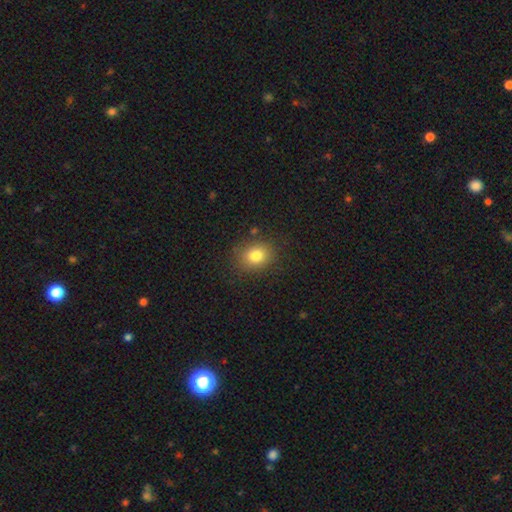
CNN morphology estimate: type=smooth (81%); roundness=round (59%); merging=none (85%).